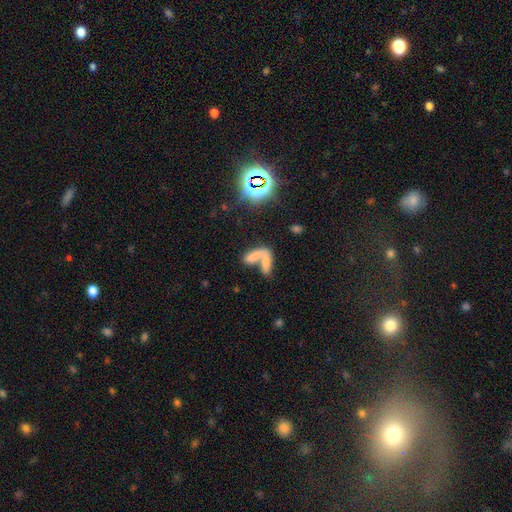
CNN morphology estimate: Overall: smooth (61%). How rounded: in between (60%; cigar-shaped 34%). Merging: merger (69%).